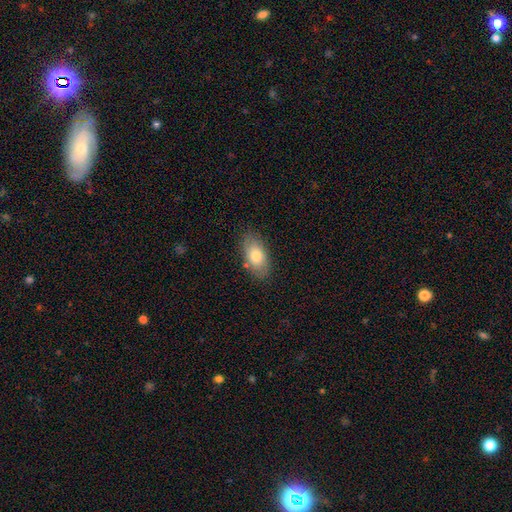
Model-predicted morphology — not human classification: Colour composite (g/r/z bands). It shows a smooth galaxy with no disk features (75%) that is in between round and cigar-shaped (92%). Merging: none (82%).